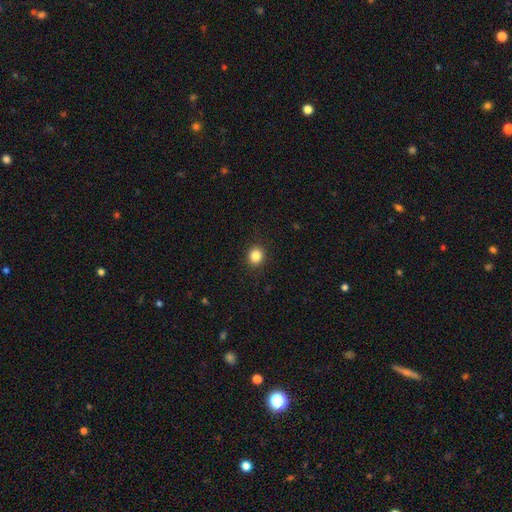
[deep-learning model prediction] Smooth or featured?
  - smooth: 85% *
  - star or artifact: 11%
  - featured or disk: 4%
How rounded?
  - round: 78% *
  - in between: 21%
  - cigar-shaped: 1%
Merging?
  - none: 91% *
  - minor disturbance: 6%
  - major disturbance: 2%
  - merger: 1%